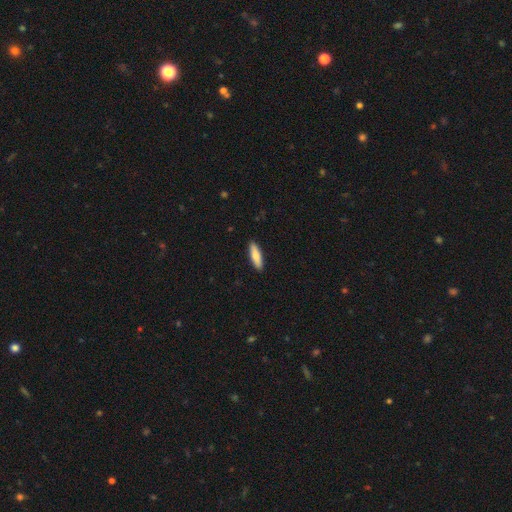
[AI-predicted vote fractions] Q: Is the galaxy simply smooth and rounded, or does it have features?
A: smooth — 78%.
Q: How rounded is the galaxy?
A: cigar-shaped — 62%.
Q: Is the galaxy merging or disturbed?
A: none — 91%.